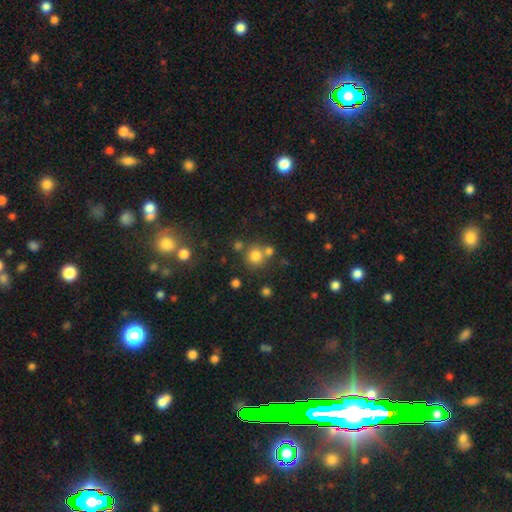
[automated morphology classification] This appears to be a smooth galaxy with no disk features (77%) that is round (88%). Merging: none (65%).